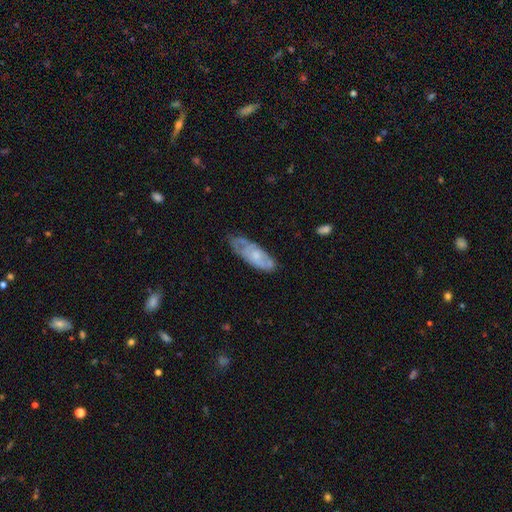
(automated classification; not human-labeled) Smooth or featured?
  - featured or disk: 55% *
  - smooth: 38%
  - star or artifact: 7%
Edge-on disk?
  - no: 84% *
  - yes: 16%
Merging?
  - none: 59% *
  - minor disturbance: 29%
  - major disturbance: 9%
  - merger: 2%